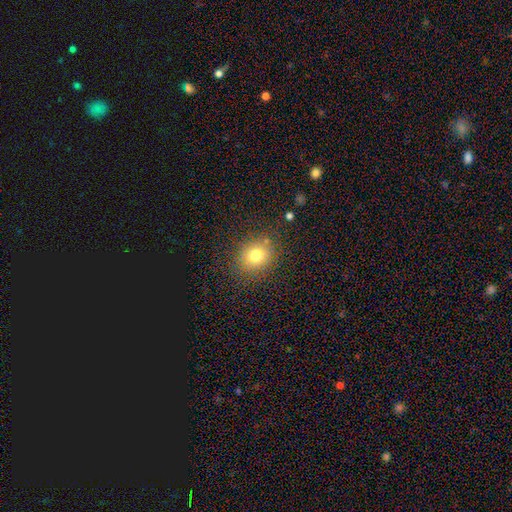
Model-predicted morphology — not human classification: Q: Smooth or featured?
A: smooth (76%); runner-up: star or artifact (14%)
Q: How rounded?
A: round (74%); runner-up: in between (25%)
Q: Merging?
A: none (83%); runner-up: minor disturbance (11%)